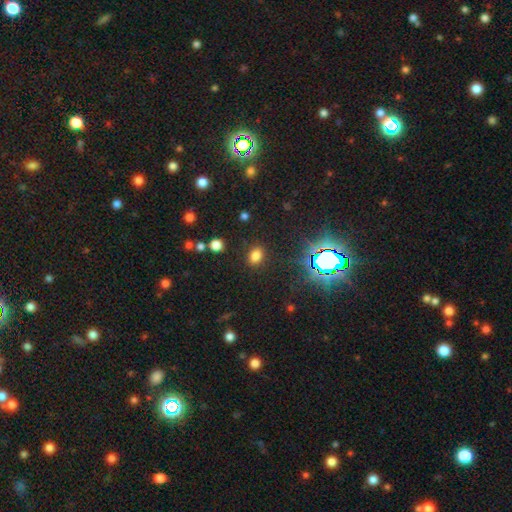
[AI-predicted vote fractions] smooth-or-featured: smooth: 75% | star or artifact: 19% | featured or disk: 6%
  how-rounded: in between: 66% | round: 32% | cigar-shaped: 1%
  merging: none: 86% | minor disturbance: 9% | major disturbance: 3% | merger: 2%